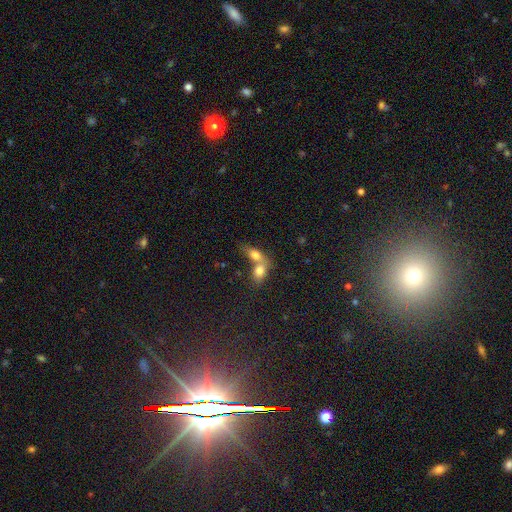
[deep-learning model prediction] smooth-or-featured: smooth: 75% | featured or disk: 15% | star or artifact: 9%
  how-rounded: in between: 76% | round: 17% | cigar-shaped: 7%
  merging: merger: 74% | none: 17% | minor disturbance: 5% | major disturbance: 3%